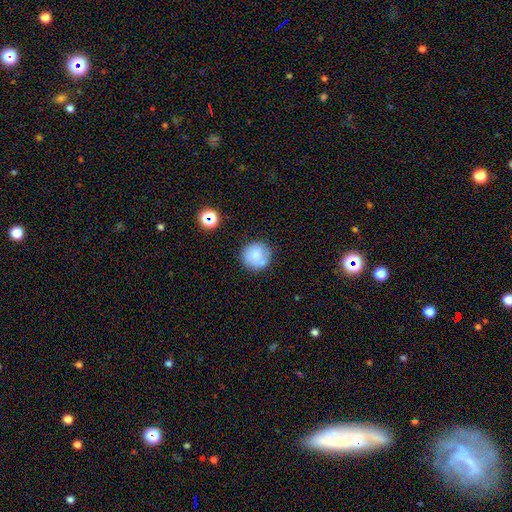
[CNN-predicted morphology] Smooth or featured? smooth (77%)
How rounded? round (91%)
Merging? none (70%)